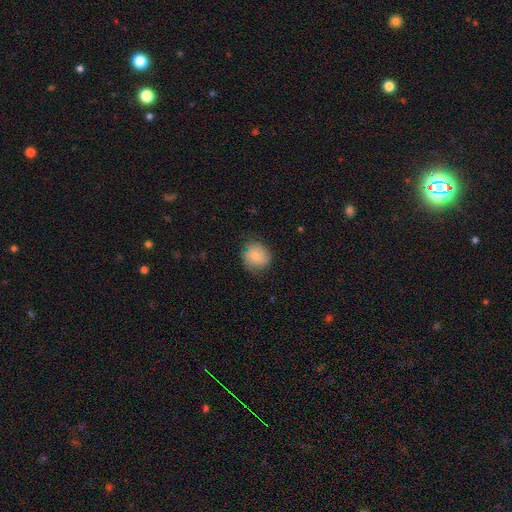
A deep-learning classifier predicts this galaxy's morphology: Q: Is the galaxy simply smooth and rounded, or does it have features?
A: smooth — 77%.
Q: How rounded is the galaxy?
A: round — 81%.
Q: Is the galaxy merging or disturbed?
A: none — 74%.